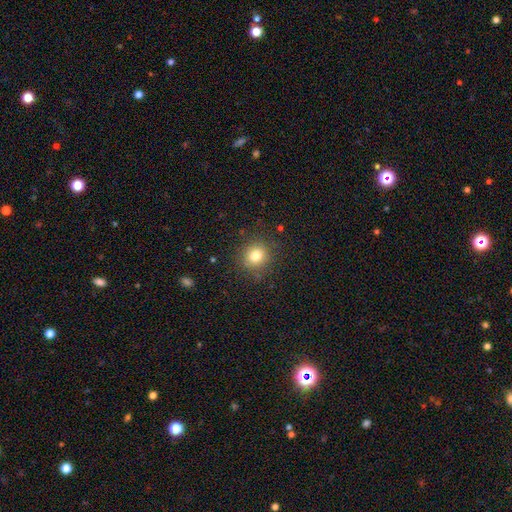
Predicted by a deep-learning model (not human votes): Smooth or featured?
  - smooth: 80% *
  - star or artifact: 12%
  - featured or disk: 8%
How rounded?
  - round: 88% *
  - in between: 11%
  - cigar-shaped: 1%
Merging?
  - none: 86% *
  - minor disturbance: 9%
  - major disturbance: 3%
  - merger: 1%